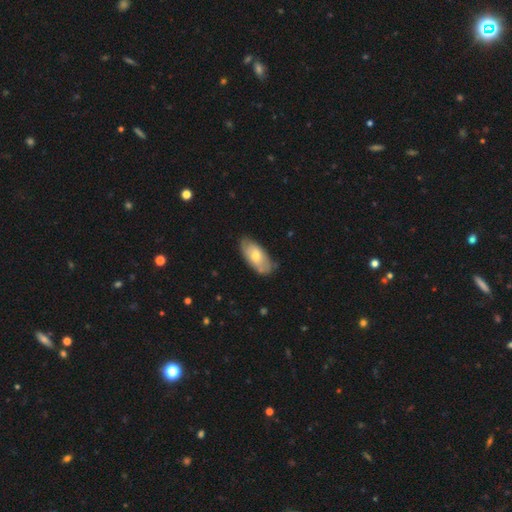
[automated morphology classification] This appears to be a smooth galaxy with no disk features (62%) that is in between round and cigar-shaped (91%). Merging: none (72%).